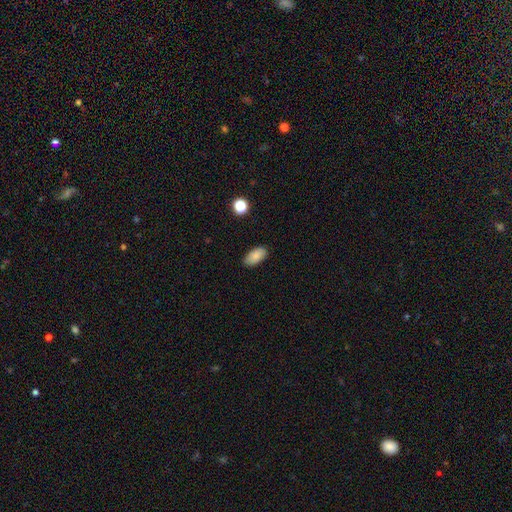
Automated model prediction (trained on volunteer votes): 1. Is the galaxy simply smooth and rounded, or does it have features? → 87% smooth, 8% star or artifact, 5% featured or disk.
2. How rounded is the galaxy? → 93% in between, 4% cigar-shaped, 3% round.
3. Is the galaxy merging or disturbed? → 87% none, 10% minor disturbance, 2% major disturbance, 1% merger.